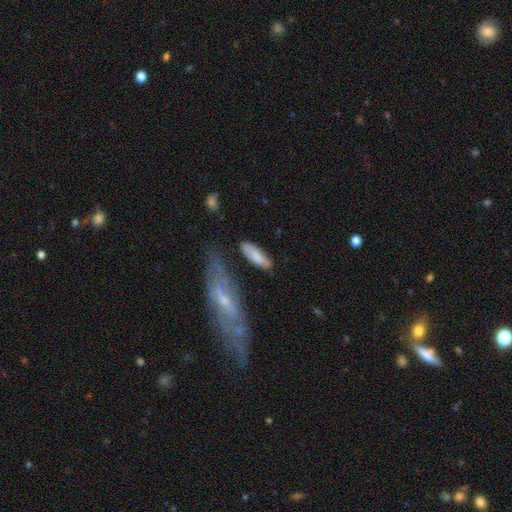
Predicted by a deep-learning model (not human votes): This appears to be a smooth galaxy with no disk features (78%) that is in between round and cigar-shaped (49%, tied with cigar-shaped). Merging: none (71%).